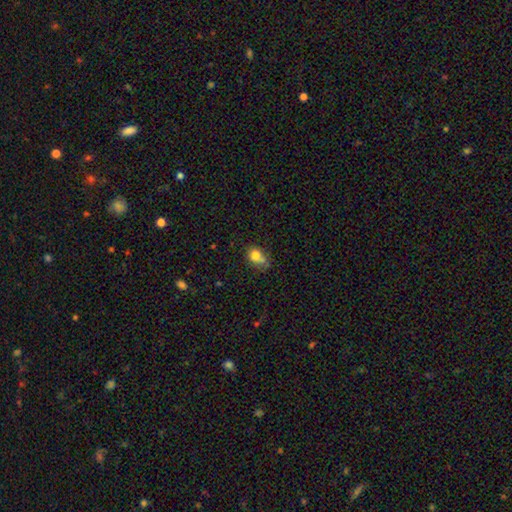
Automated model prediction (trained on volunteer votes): Overall: smooth (79%). How rounded: in between (50%; round 48%). Merging: none (45%; minor disturbance 30%).